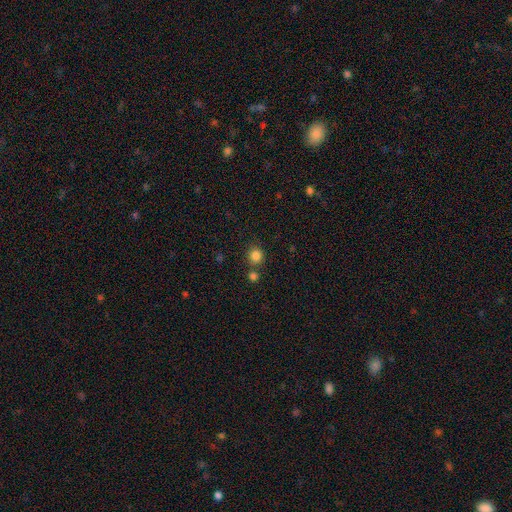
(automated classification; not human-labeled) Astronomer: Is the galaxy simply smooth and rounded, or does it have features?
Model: smooth — 83%.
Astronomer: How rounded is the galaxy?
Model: round — 89%.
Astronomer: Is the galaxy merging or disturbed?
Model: none — 73%.